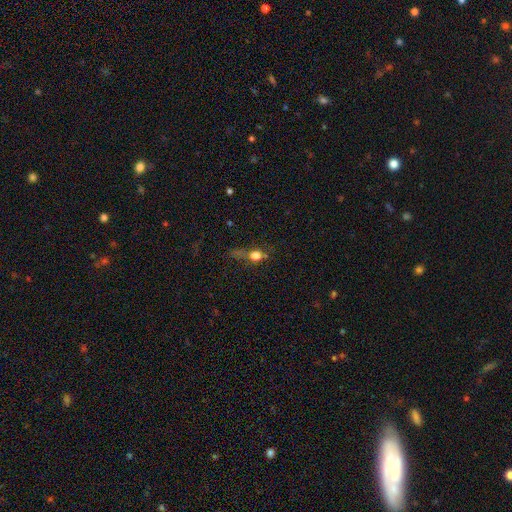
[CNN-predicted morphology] smooth 56%, star or artifact 26%, featured or disk 18%. Down the decision tree: how rounded — round (65%); merging — none (49%).